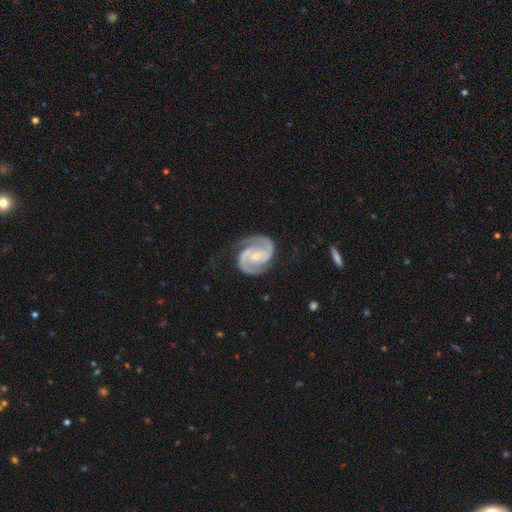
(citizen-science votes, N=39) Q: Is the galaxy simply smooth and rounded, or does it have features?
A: featured or disk — 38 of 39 (97%).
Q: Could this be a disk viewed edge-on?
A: no — 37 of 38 (97%).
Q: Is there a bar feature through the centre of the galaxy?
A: no — 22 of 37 (59%).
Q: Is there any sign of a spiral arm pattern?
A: yes — 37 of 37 (100%).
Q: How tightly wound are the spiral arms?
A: tight — 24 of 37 (65%).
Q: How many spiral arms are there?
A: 2 — 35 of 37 (95%).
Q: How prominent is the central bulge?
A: moderate — 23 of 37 (62%).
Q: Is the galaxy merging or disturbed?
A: none — 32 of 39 (82%).